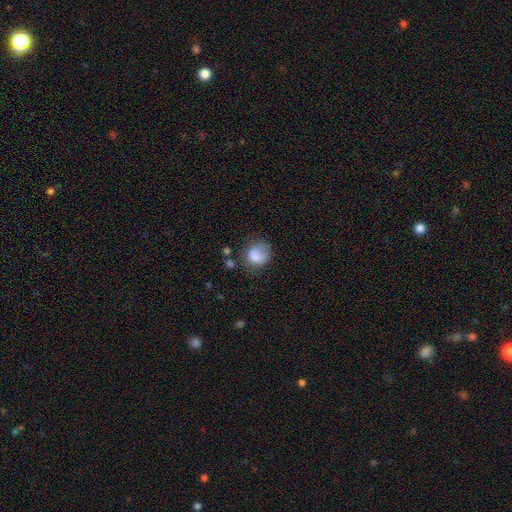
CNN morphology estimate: type=smooth (79%); roundness=round (71%); merging=none (49%).